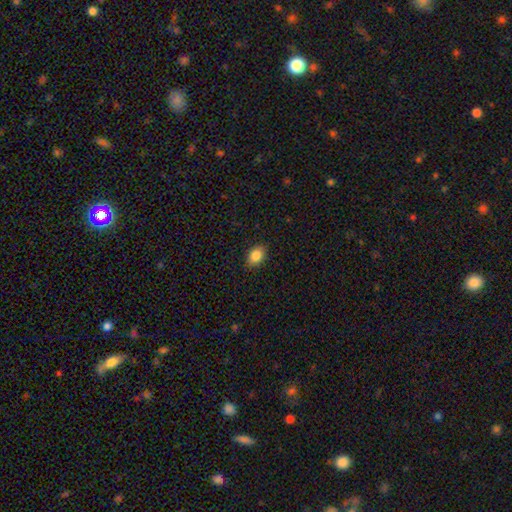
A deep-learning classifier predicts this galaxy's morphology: Overall: smooth (87%). How rounded: in between (78%). Merging: none (87%).